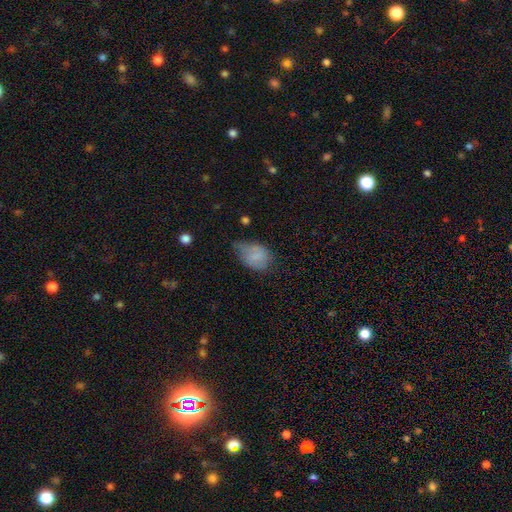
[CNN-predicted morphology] A smooth galaxy with no disk features (75%) that is in between round and cigar-shaped (72%).

Vote fractions:
- Smooth or featured? smooth: 75% / featured or disk: 17% / star or artifact: 9%
- How rounded? in between: 72% / round: 26% / cigar-shaped: 1%
- Merging? minor disturbance: 45% / none: 34% / major disturbance: 18% / merger: 3%